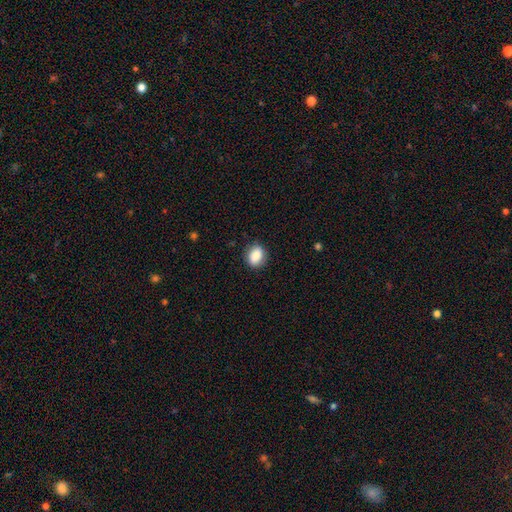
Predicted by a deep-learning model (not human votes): Smooth or featured?
  - smooth: 85% *
  - star or artifact: 8%
  - featured or disk: 7%
How rounded?
  - in between: 55% *
  - round: 43%
  - cigar-shaped: 1%
Merging?
  - none: 85% *
  - minor disturbance: 12%
  - major disturbance: 3%
  - merger: 1%